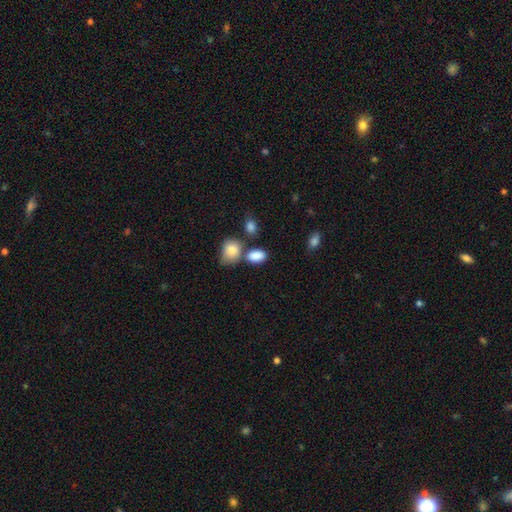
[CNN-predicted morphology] type=smooth (87%); roundness=in between (85%); merging=none (54%).